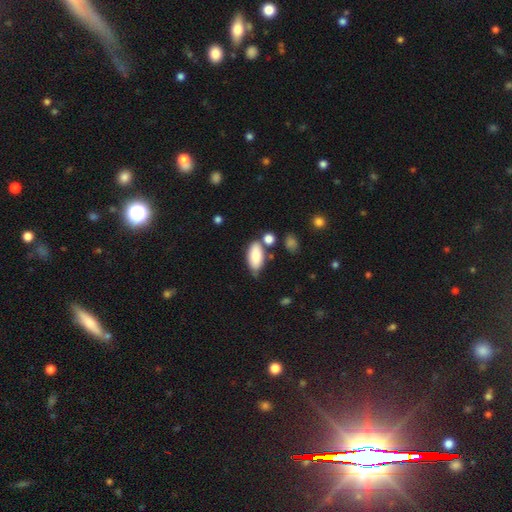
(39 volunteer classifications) Smooth or featured? smooth (92%)
How rounded? in between (94%)
Merging? minor disturbance (50%)